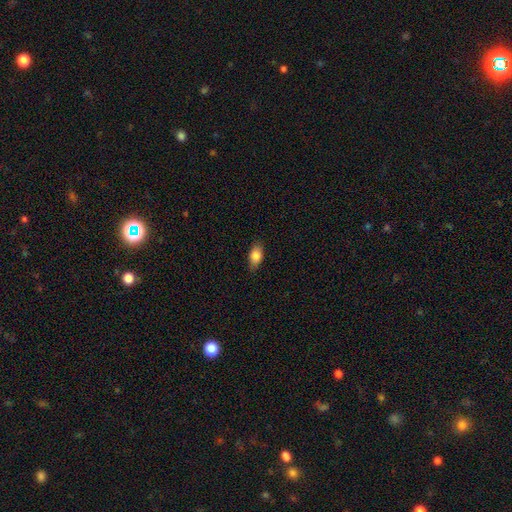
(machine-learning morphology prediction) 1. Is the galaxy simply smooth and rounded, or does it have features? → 83% smooth, 10% featured or disk, 7% star or artifact.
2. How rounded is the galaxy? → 87% in between, 7% round, 6% cigar-shaped.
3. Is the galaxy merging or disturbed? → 83% none, 13% minor disturbance, 3% major disturbance, 1% merger.